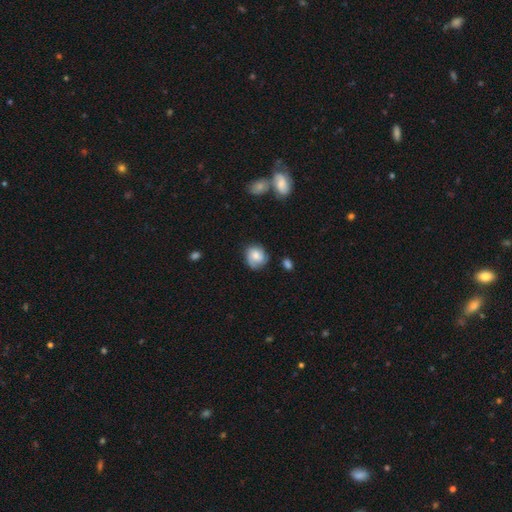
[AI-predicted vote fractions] This appears to be a smooth galaxy with no disk features (53%) that is round (74%). Merging: none (69%).